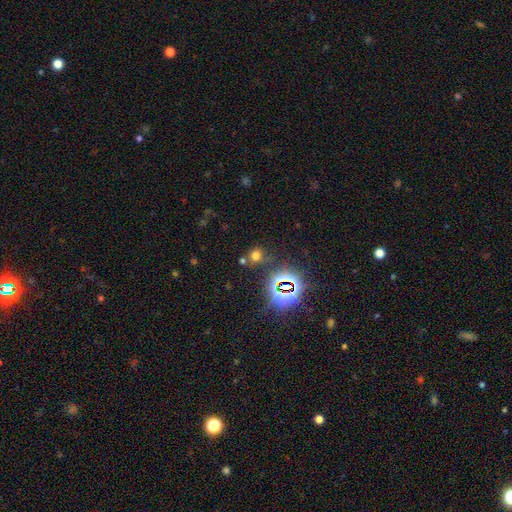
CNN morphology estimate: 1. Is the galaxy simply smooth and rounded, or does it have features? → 55% smooth, 38% star or artifact, 7% featured or disk.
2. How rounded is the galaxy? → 78% round, 21% in between, 1% cigar-shaped.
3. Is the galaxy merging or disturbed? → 73% none, 11% merger, 10% minor disturbance, 5% major disturbance.